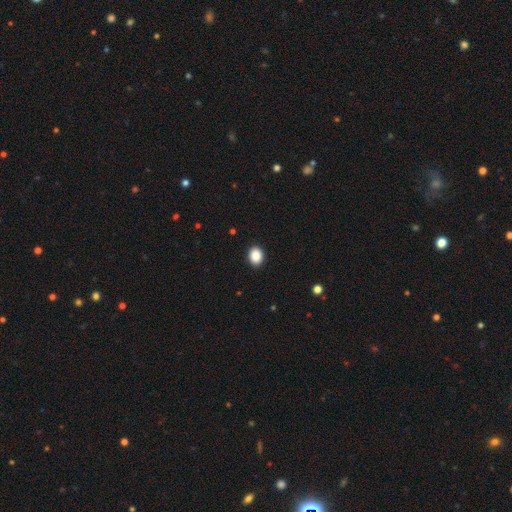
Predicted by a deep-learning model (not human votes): This appears to be a smooth galaxy with no disk features (89%) that is in between round and cigar-shaped (53%). Merging: none (91%).